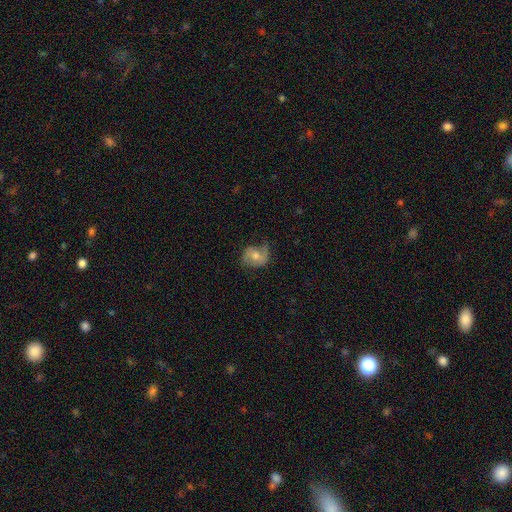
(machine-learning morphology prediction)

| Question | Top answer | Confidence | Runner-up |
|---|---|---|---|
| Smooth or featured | featured or disk | 59% | smooth (33%) |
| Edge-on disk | no | 96% | yes (4%) |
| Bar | no | 63% | weak (28%) |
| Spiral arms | yes | 84% | no (16%) |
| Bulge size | moderate | 67% | small (25%) |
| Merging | none | 61% | minor disturbance (25%) |